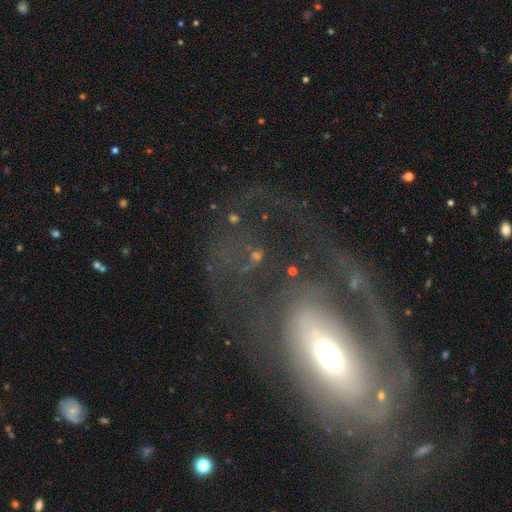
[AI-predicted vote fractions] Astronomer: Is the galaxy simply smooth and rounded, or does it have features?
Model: featured or disk — 48% (runner-up: star or artifact, 31%).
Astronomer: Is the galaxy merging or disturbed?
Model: none — 54%.